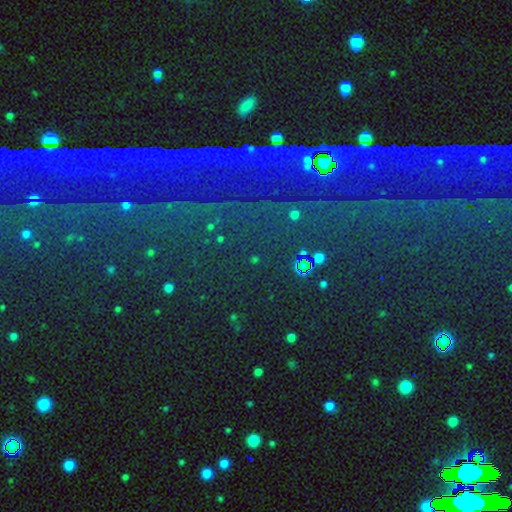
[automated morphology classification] A star or artifact, not a galaxy (83%).

Vote fractions:
- Smooth or featured? star or artifact: 83% / smooth: 9% / featured or disk: 8%